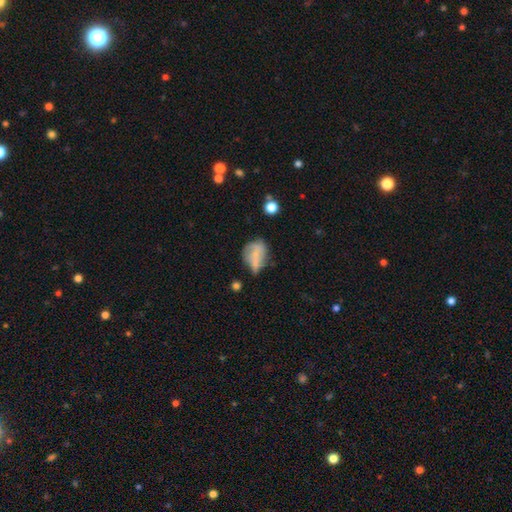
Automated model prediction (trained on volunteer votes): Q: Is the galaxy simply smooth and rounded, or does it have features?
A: smooth — 56%.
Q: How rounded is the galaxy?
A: in between — 62%.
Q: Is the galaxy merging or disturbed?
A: none — 34%, tied with minor disturbance.